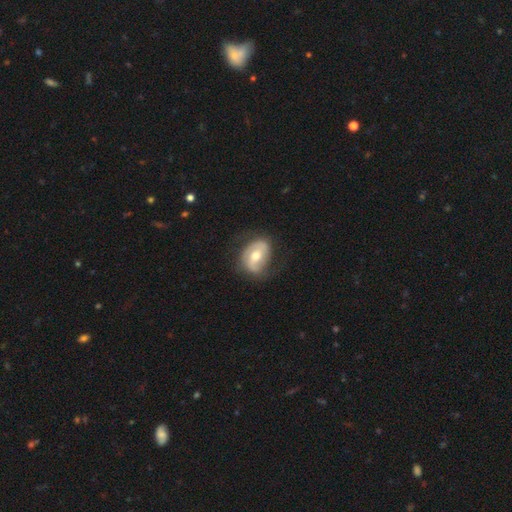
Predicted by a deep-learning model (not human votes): The model was most divided on "bar": weak: 40%, no: 35%, strong: 25%. More confident: edge-on disk — no (95%); bulge size — moderate (73%); spiral arms — yes (66%); merging — none (64%); smooth or featured — featured or disk (59%).